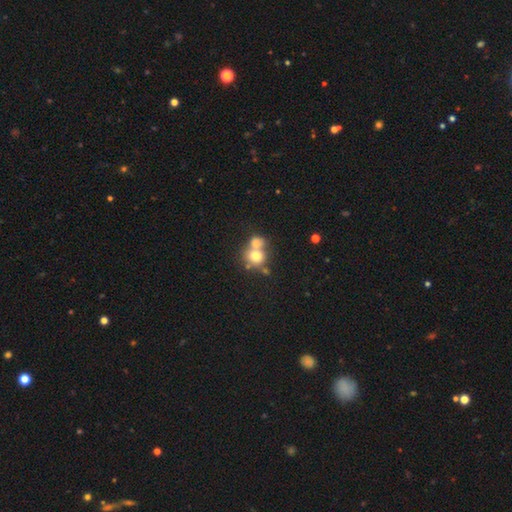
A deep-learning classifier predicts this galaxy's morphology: Smooth or featured: smooth — 70% (featured or disk — 18%)
How rounded: round — 77% (in between — 22%)
Merging: merger — 57% (none — 32%)